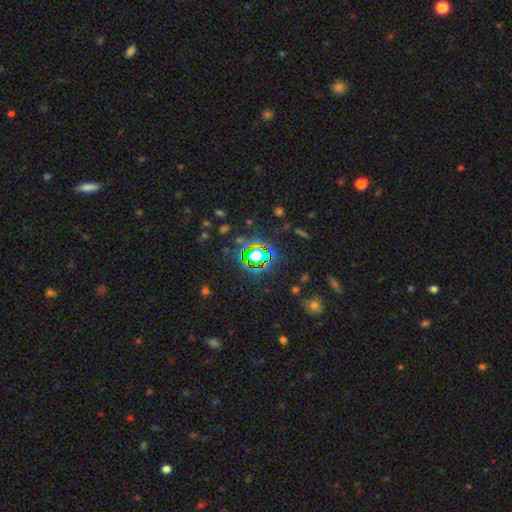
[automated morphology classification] This appears to be a star or artifact, not a galaxy (72%).